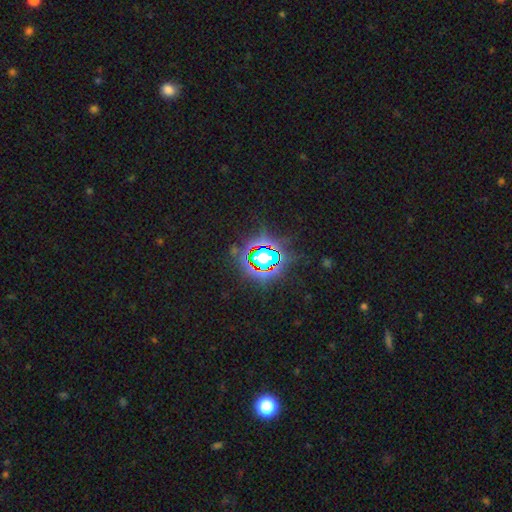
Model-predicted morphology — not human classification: smooth_or_featured: star or artifact (p=0.80) [alt: smooth p=0.12]